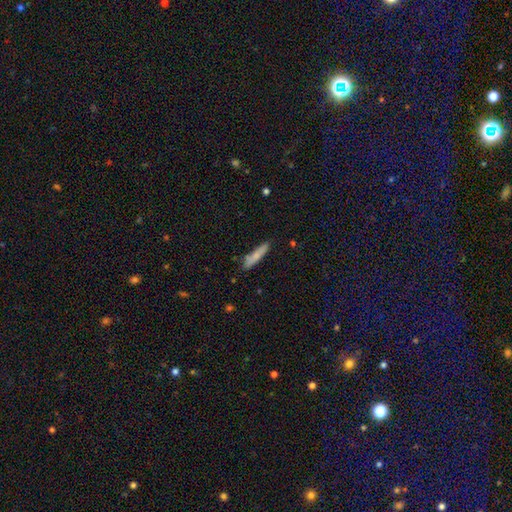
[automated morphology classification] A smooth galaxy with no disk features (74%) that is cigar-shaped (89%). Merging: none (81%).